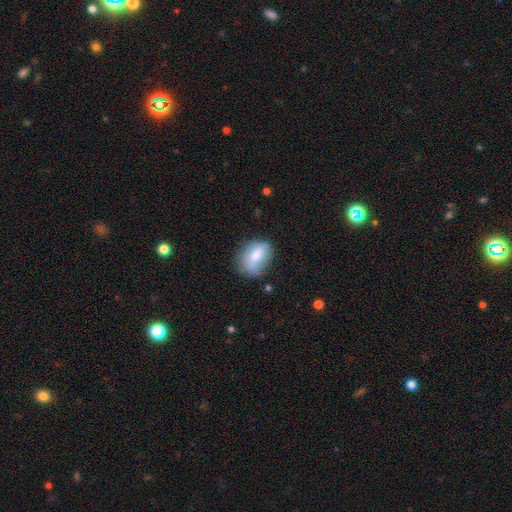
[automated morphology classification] smooth-or-featured: smooth: 75% | featured or disk: 17% | star or artifact: 8%
  how-rounded: in between: 74% | round: 24% | cigar-shaped: 2%
  merging: none: 60% | minor disturbance: 29% | major disturbance: 9% | merger: 3%